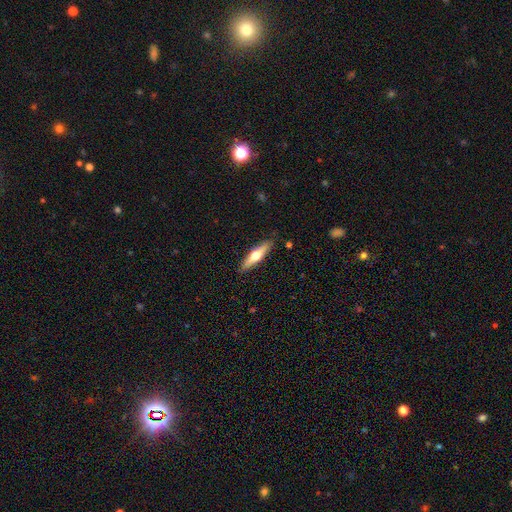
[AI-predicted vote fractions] This appears to be a featured or disk galaxy (49%). Merging: none (88%).